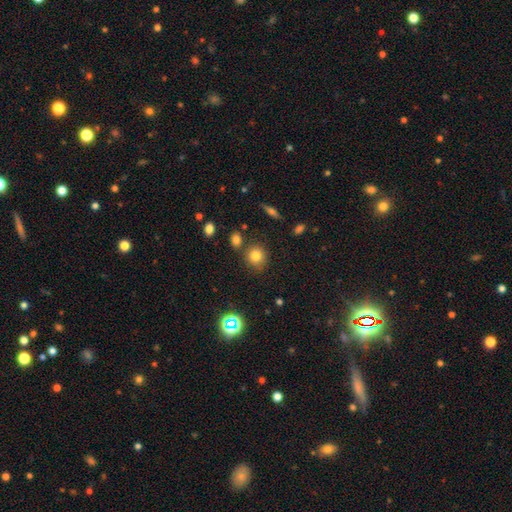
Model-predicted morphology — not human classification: The model was most divided on "smooth or featured": smooth: 78%, star or artifact: 14%, featured or disk: 8%. More confident: how rounded — round (87%); merging — none (79%).